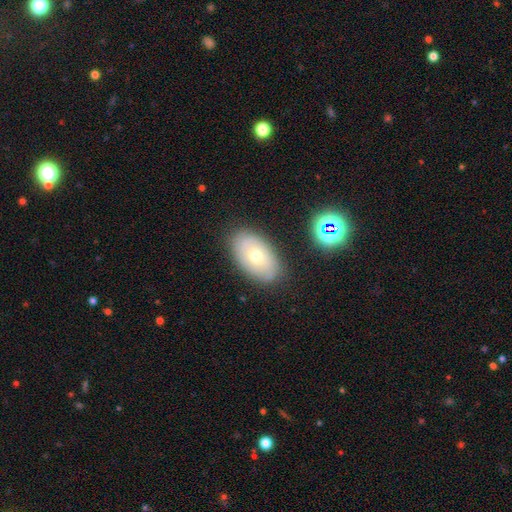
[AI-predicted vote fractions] The model was most divided on "smooth or featured": featured or disk: 47%, smooth: 42%, star or artifact: 10%. More confident: merging — none (81%).